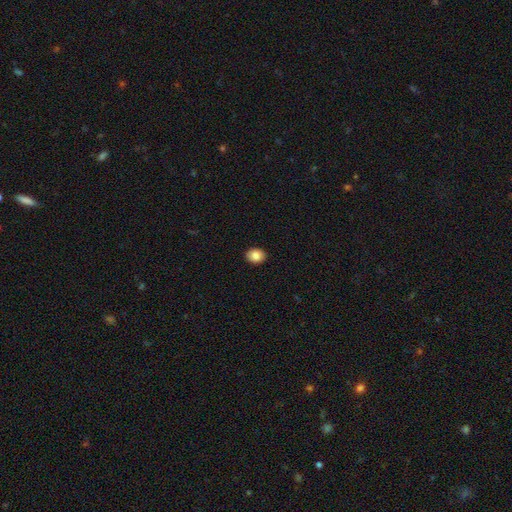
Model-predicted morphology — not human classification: Smooth or featured? smooth (86%)
How rounded? in between (57%)
Merging? none (91%)